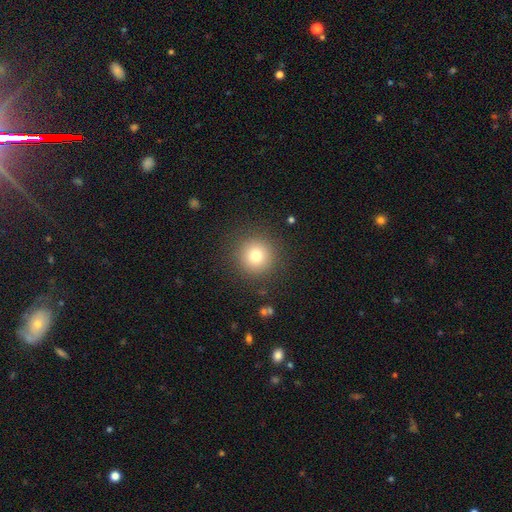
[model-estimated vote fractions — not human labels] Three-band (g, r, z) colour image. It shows a smooth galaxy with no disk features (77%) that is round (95%). Merging: none (89%).